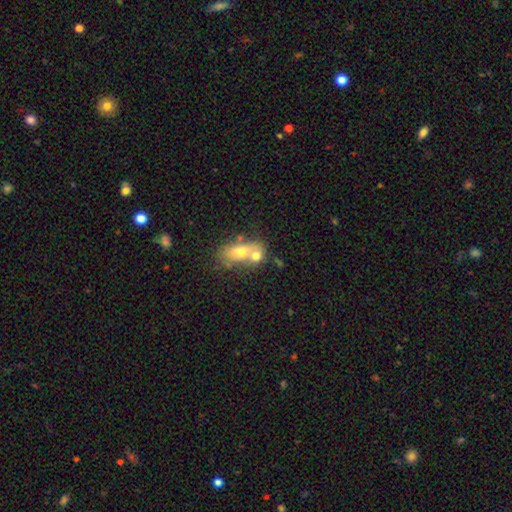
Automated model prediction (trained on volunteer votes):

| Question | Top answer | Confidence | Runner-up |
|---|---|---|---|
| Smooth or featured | smooth | 63% | featured or disk (28%) |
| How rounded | in between | 69% | round (25%) |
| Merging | merger | 66% | none (20%) |